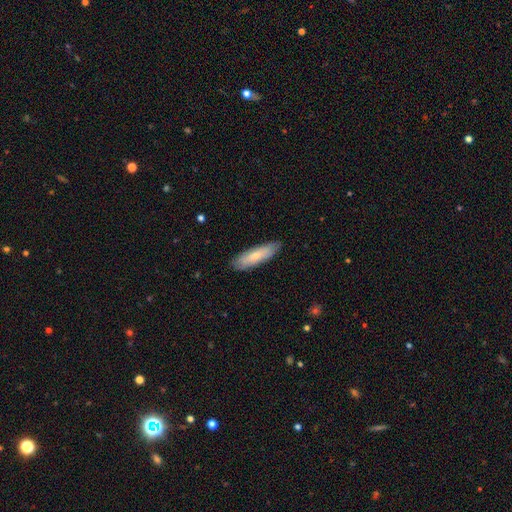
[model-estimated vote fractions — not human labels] Overall: smooth (69%). How rounded: cigar-shaped (61%; in between 37%). Merging: none (86%).